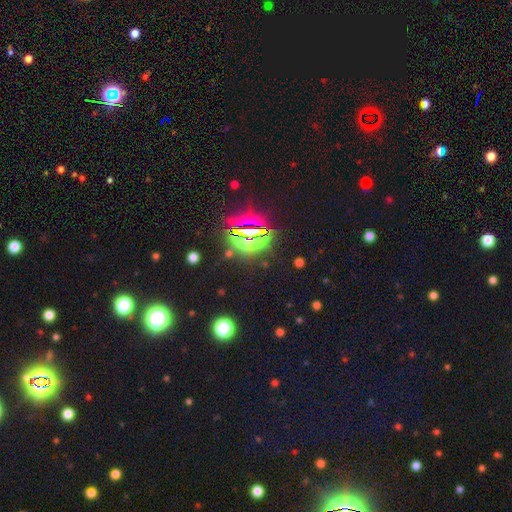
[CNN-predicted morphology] This is clearly a star or artifact rather than a galaxy (84%).